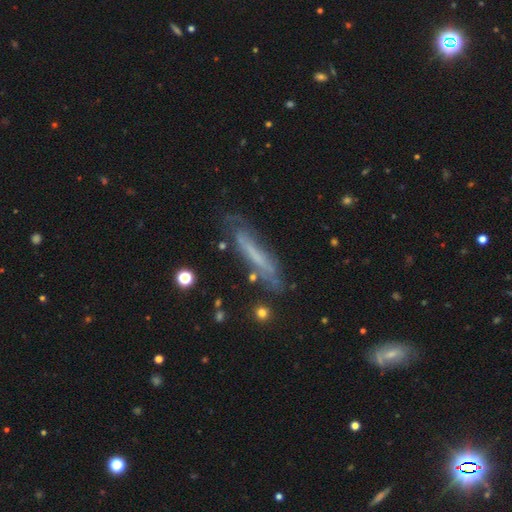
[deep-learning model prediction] smooth-or-featured: featured or disk: 52% | smooth: 39% | star or artifact: 9%
  disk-edge-on: yes: 66% | no: 34%
  merging: none: 65% | minor disturbance: 23% | major disturbance: 9% | merger: 4%